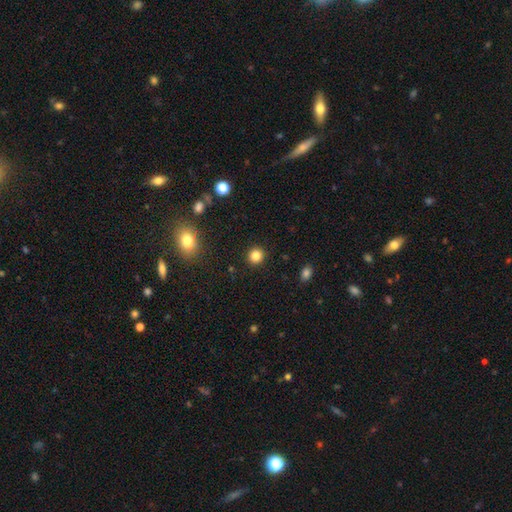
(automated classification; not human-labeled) A smooth galaxy with no disk features (83%) that is round (90%).

Vote fractions:
- Smooth or featured? smooth: 83% / star or artifact: 12% / featured or disk: 5%
- How rounded? round: 90% / in between: 9% / cigar-shaped: 1%
- Merging? none: 92% / minor disturbance: 5% / major disturbance: 2% / merger: 1%